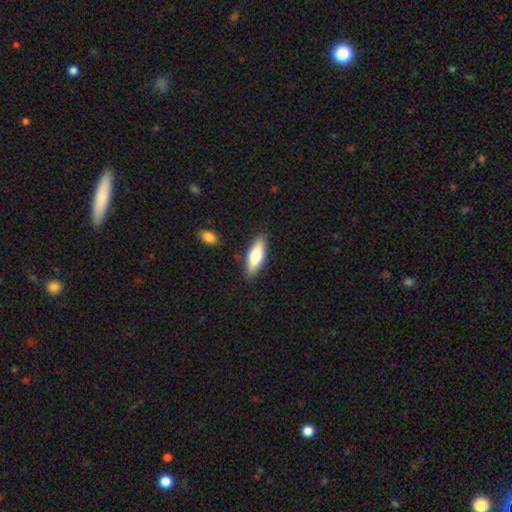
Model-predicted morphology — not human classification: A smooth galaxy with no disk features (66%) that is in between round and cigar-shaped (54%).

Vote fractions:
- Smooth or featured? smooth: 66% / featured or disk: 28% / star or artifact: 6%
- How rounded? in between: 54% / cigar-shaped: 44% / round: 2%
- Merging? none: 86% / minor disturbance: 10% / merger: 2% / major disturbance: 2%